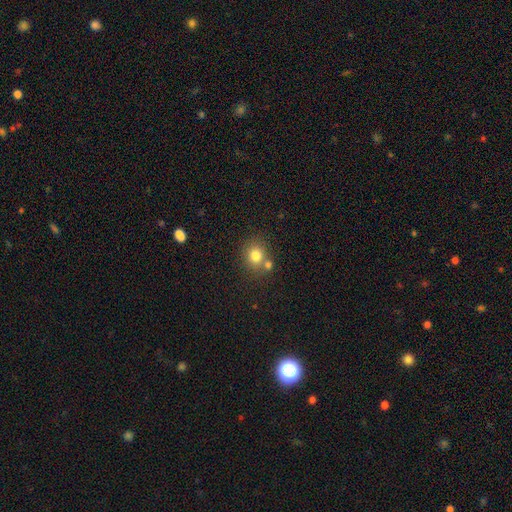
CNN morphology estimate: smooth-or-featured: smooth: 79% | star or artifact: 12% | featured or disk: 9%
  how-rounded: round: 77% | in between: 22% | cigar-shaped: 1%
  merging: none: 61% | merger: 25% | minor disturbance: 10% | major disturbance: 3%